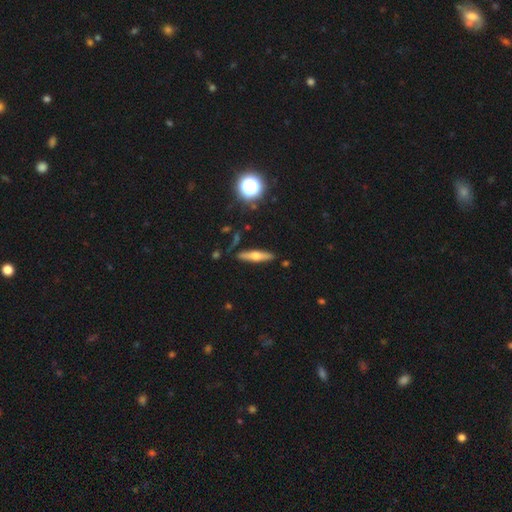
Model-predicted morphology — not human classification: Smooth or featured? featured or disk (52%)
Edge-on disk? yes (92%)
Merging? none (86%)